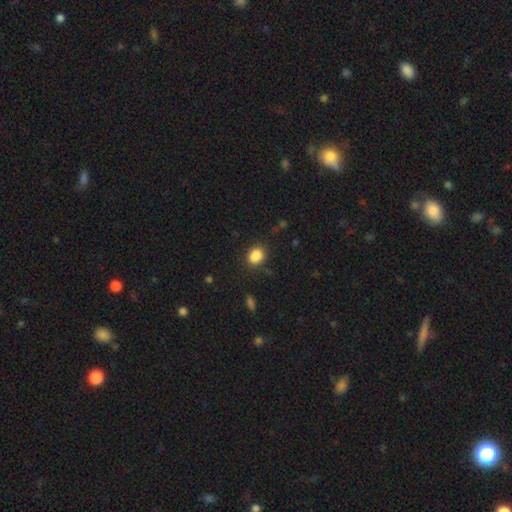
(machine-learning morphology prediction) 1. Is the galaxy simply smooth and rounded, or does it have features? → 87% smooth, 10% star or artifact, 4% featured or disk.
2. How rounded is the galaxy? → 52% in between, 47% round, 1% cigar-shaped.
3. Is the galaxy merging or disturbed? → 82% none, 13% minor disturbance, 4% major disturbance, 2% merger.